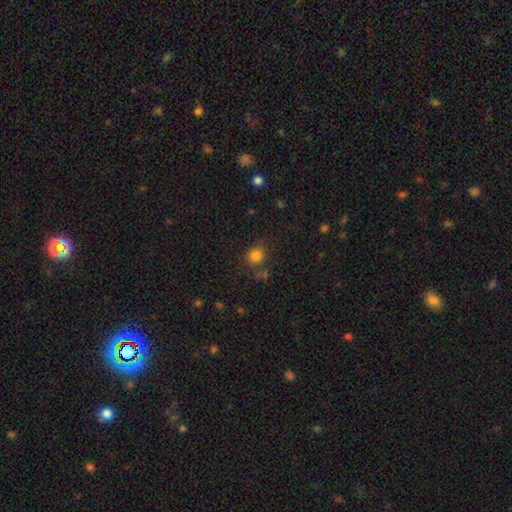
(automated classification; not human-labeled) A smooth galaxy with no disk features (82%) that is round (83%).

Vote fractions:
- Smooth or featured? smooth: 82% / star or artifact: 13% / featured or disk: 5%
- How rounded? round: 83% / in between: 16% / cigar-shaped: 1%
- Merging? none: 77% / minor disturbance: 12% / merger: 6% / major disturbance: 4%